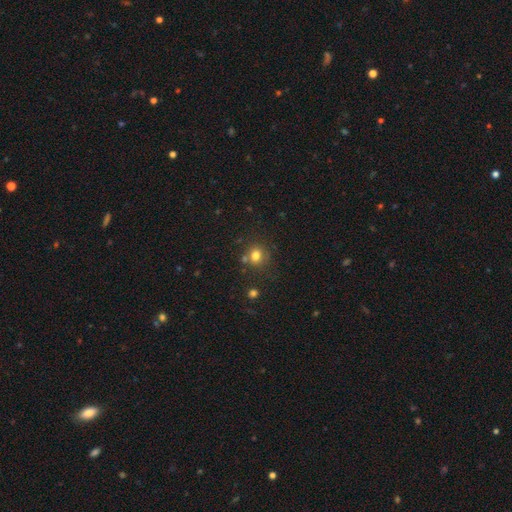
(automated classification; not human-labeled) Smooth or featured? Predicted: smooth (p=0.77). How rounded? Predicted: round (p=0.78). Merging? Predicted: none (p=0.69).